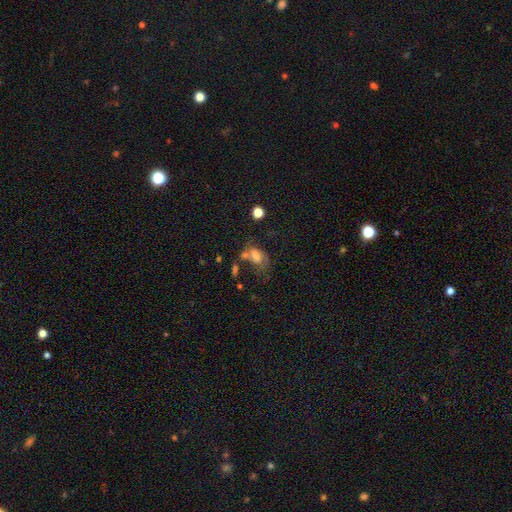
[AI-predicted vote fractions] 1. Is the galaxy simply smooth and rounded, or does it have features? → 55% smooth, 33% featured or disk, 12% star or artifact.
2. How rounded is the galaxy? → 84% in between, 13% round, 3% cigar-shaped.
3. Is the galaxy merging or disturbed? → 30% none, 26% merger, 24% major disturbance, 20% minor disturbance.